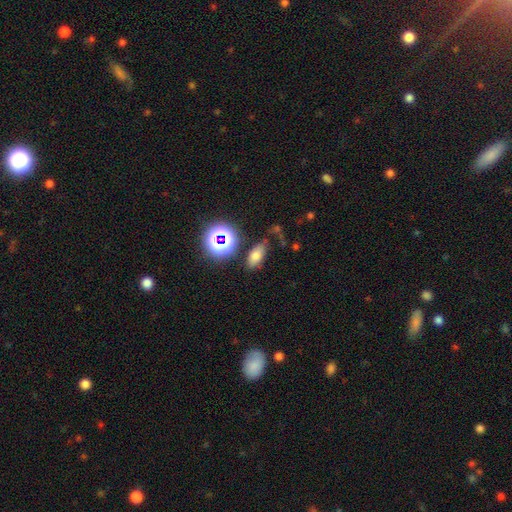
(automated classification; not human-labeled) Smooth or featured: smooth — 67% (star or artifact — 21%)
How rounded: in between — 82% (round — 10%)
Merging: none — 75% (minor disturbance — 14%)